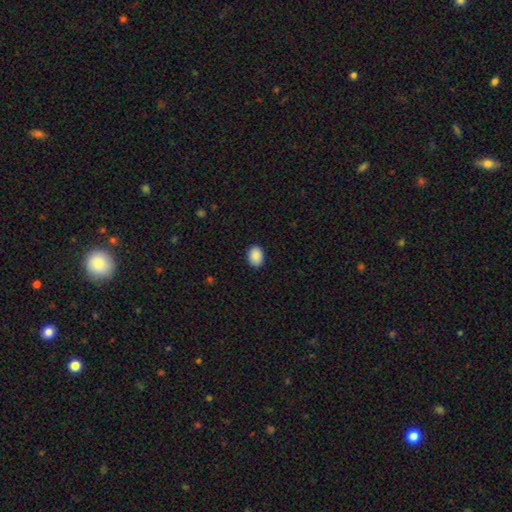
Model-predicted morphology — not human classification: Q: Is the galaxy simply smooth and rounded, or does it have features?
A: smooth — 90%.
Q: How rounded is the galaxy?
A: in between — 69%.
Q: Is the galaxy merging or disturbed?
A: none — 90%.